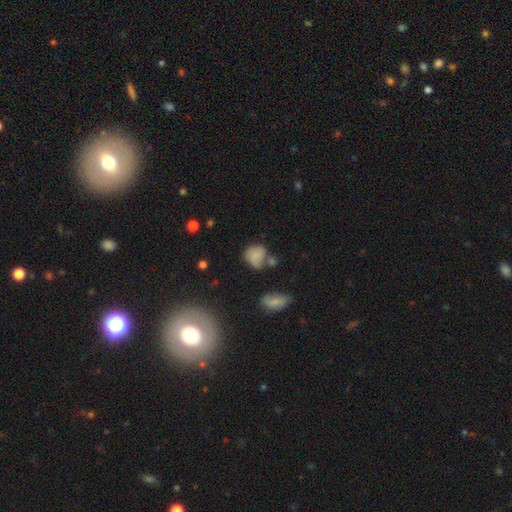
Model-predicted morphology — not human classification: This is likely a smooth galaxy (70%). How rounded: likely round (64%). Merging: marginally none (42%).